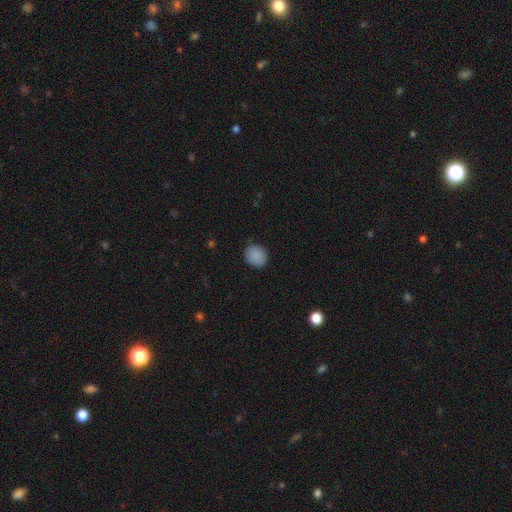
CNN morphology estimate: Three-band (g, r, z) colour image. It shows a smooth galaxy with no disk features (89%) that is round (69%). Merging: none (87%).